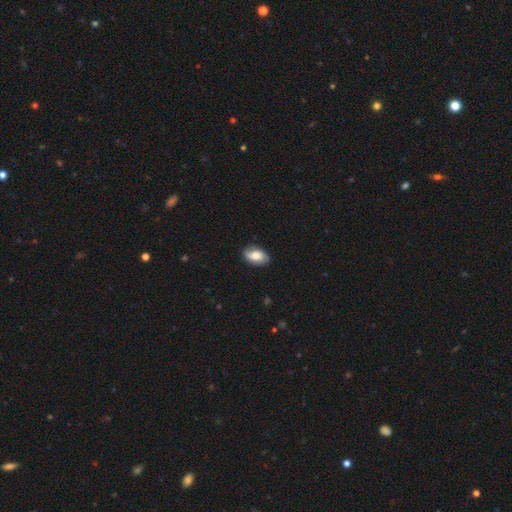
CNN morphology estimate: The model was most divided on "smooth or featured": smooth: 55%, featured or disk: 38%, star or artifact: 8%. More confident: how rounded — in between (91%); merging — none (80%).